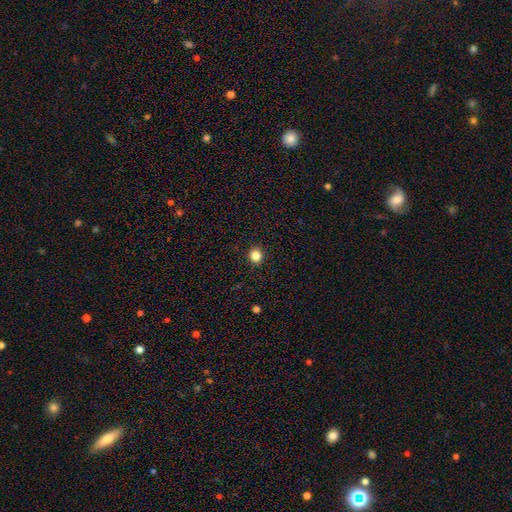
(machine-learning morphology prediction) Overall: smooth (83%). How rounded: round (89%). Merging: none (93%).